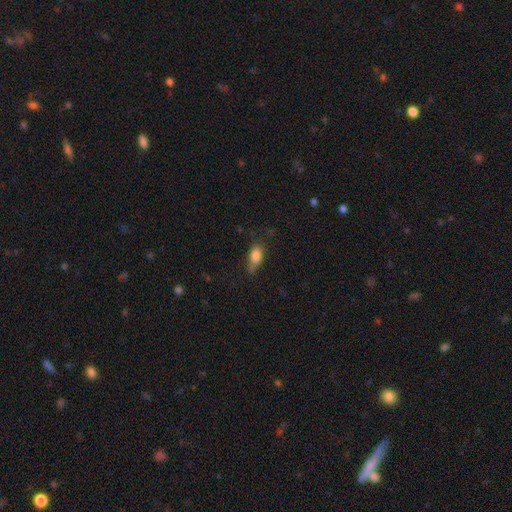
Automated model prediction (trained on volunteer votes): Q: Smooth or featured?
A: smooth (82%); runner-up: featured or disk (9%)
Q: How rounded?
A: in between (83%); runner-up: cigar-shaped (9%)
Q: Merging?
A: none (58%); runner-up: minor disturbance (28%)